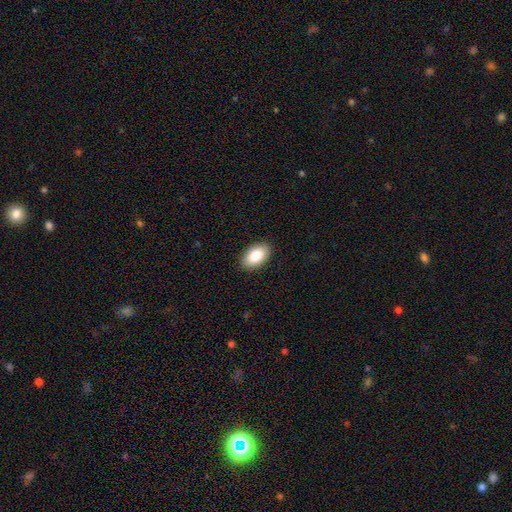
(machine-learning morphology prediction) The model was most divided on "smooth or featured": smooth: 85%, featured or disk: 8%, star or artifact: 7%. More confident: how rounded — in between (94%); merging — none (90%).